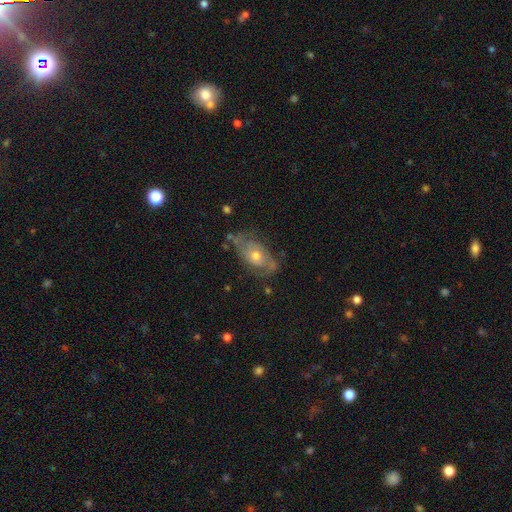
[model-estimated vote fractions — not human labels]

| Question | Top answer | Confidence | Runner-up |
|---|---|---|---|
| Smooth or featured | featured or disk | 66% | smooth (26%) |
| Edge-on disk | no | 91% | yes (9%) |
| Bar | no | 80% | weak (17%) |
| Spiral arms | yes | 71% | no (29%) |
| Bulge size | moderate | 66% | small (28%) |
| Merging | none | 62% | minor disturbance (24%) |